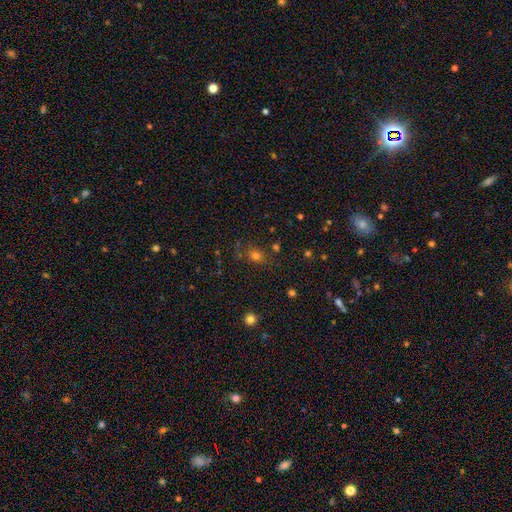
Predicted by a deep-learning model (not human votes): smooth_or_featured: smooth (p=0.69) [alt: star or artifact p=0.23]
how_rounded: round (p=0.61) [alt: in between p=0.38]
merging: none (p=0.73) [alt: minor disturbance p=0.15]